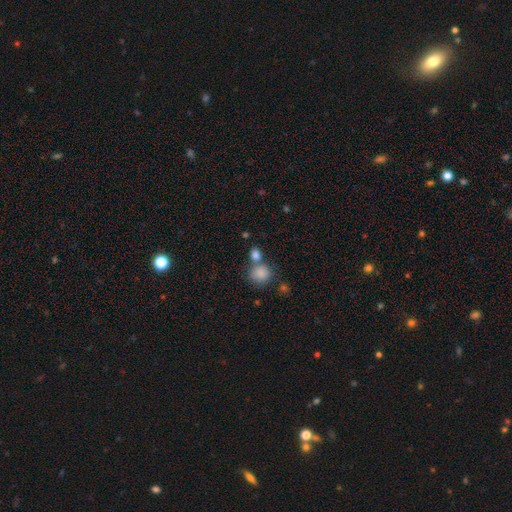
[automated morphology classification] Overall: smooth (83%). How rounded: round (63%; in between 36%). Merging: none (50%; merger 36%).